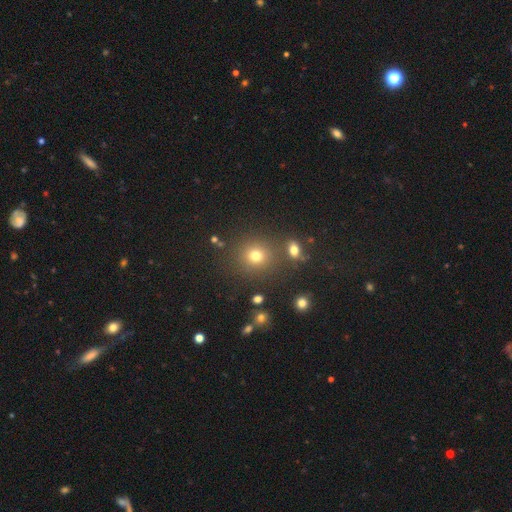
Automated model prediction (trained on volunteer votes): The model was most divided on "smooth or featured": smooth: 74%, star or artifact: 18%, featured or disk: 8%. More confident: how rounded — round (87%); merging — none (79%).